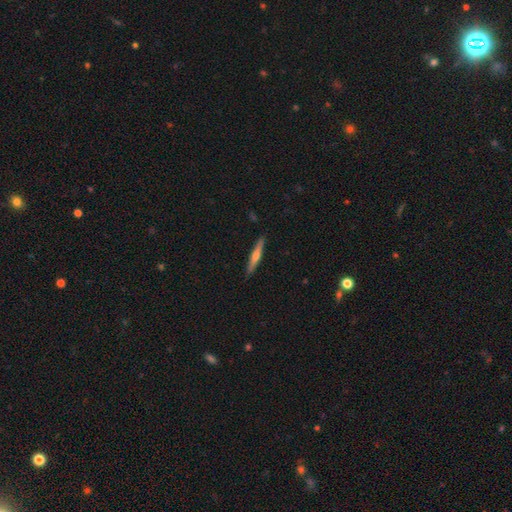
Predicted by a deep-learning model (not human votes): smooth-or-featured: featured or disk: 52% | smooth: 43% | star or artifact: 5%
  disk-edge-on: yes: 97% | no: 3%
  merging: none: 90% | minor disturbance: 7% | major disturbance: 1% | merger: 1%